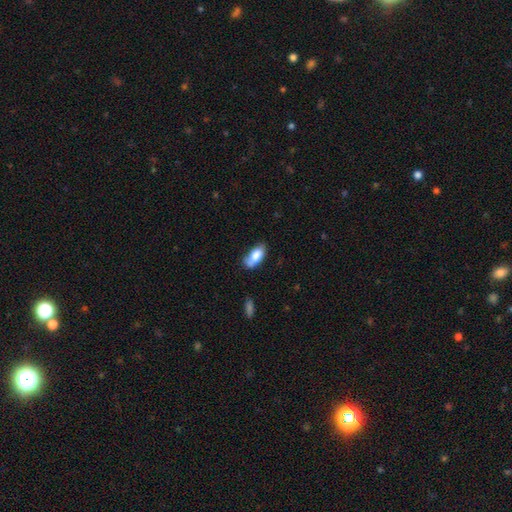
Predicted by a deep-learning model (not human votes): Smooth or featured? smooth (78%)
How rounded? in between (89%)
Merging? none (51%)